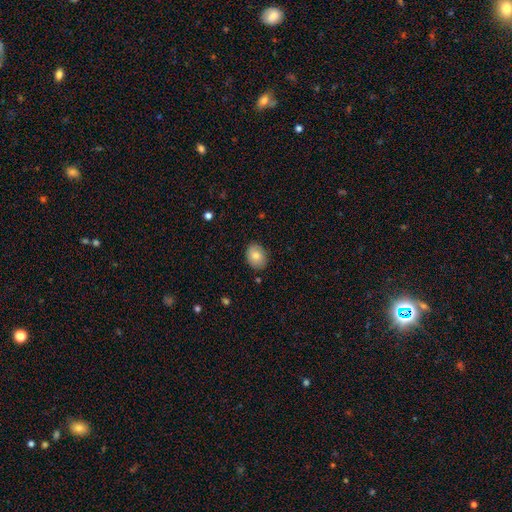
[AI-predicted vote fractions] smooth-or-featured: smooth: 80% | featured or disk: 12% | star or artifact: 8%
  how-rounded: in between: 64% | round: 35% | cigar-shaped: 1%
  merging: none: 86% | minor disturbance: 11% | major disturbance: 2% | merger: 1%